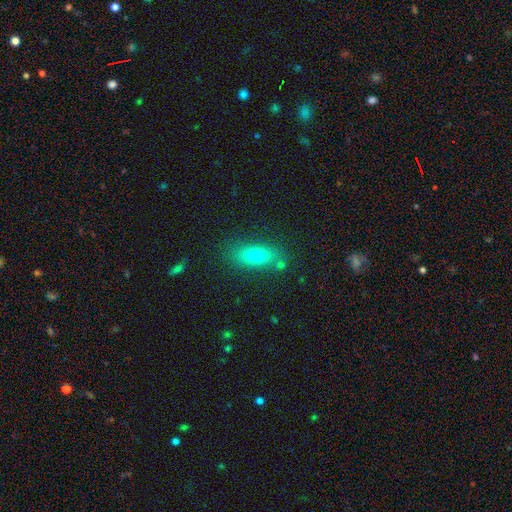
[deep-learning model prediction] Morphology: type=smooth (73%); roundness=in between (72%); merging=none (78%).